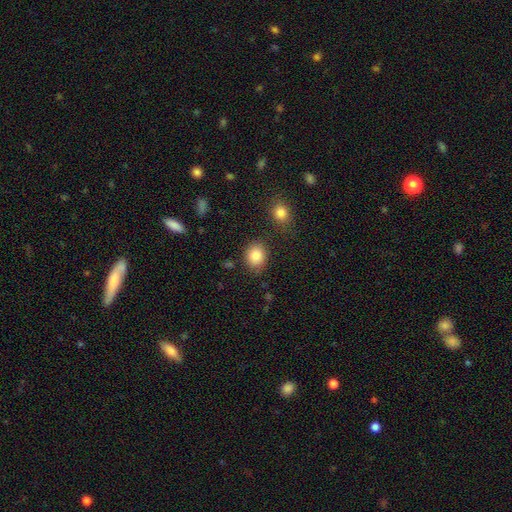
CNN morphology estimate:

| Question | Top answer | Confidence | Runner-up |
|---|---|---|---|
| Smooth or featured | smooth | 85% | star or artifact (9%) |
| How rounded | round | 52% | in between (47%) |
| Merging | none | 79% | minor disturbance (13%) |